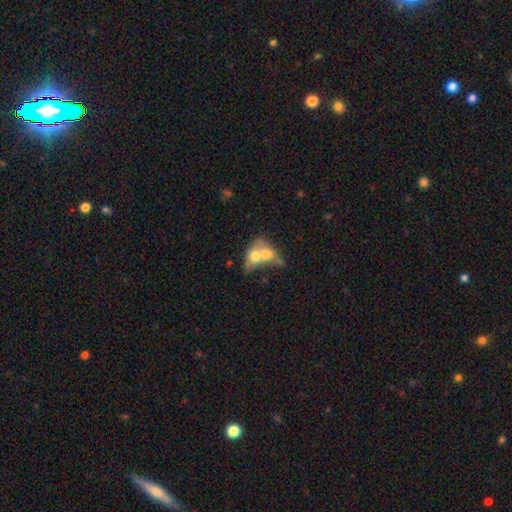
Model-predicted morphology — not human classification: This is likely a smooth galaxy (60%). How rounded: likely in between (63%). Merging: likely merger (80%).